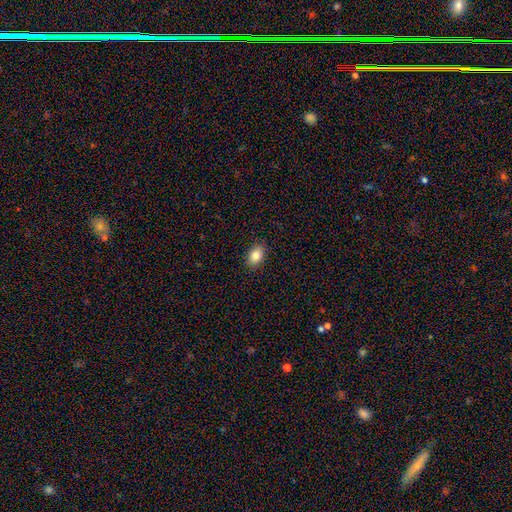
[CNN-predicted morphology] This is clearly a smooth galaxy (84%). How rounded: clearly in between (82%). Merging: clearly none (89%).